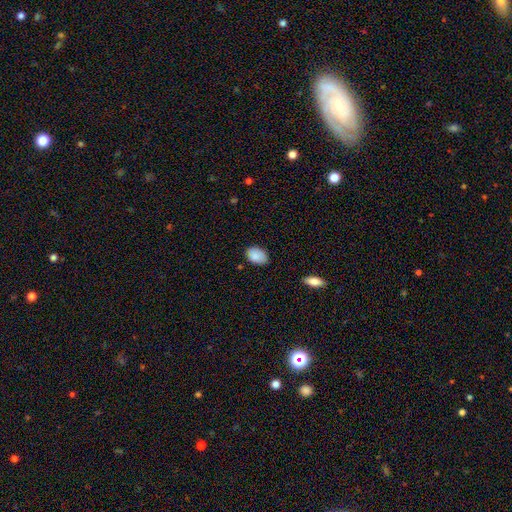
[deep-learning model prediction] A smooth galaxy with no disk features (88%) that is in between round and cigar-shaped (87%).

Vote fractions:
- Smooth or featured? smooth: 88% / star or artifact: 7% / featured or disk: 5%
- How rounded? in between: 87% / round: 12% / cigar-shaped: 1%
- Merging? none: 81% / minor disturbance: 15% / major disturbance: 3% / merger: 1%